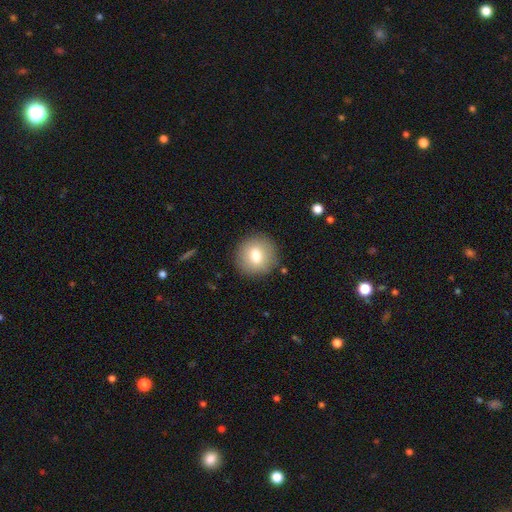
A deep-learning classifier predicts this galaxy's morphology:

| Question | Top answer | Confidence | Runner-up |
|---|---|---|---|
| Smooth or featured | smooth | 76% | featured or disk (15%) |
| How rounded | round | 93% | in between (6%) |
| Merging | none | 88% | minor disturbance (8%) |